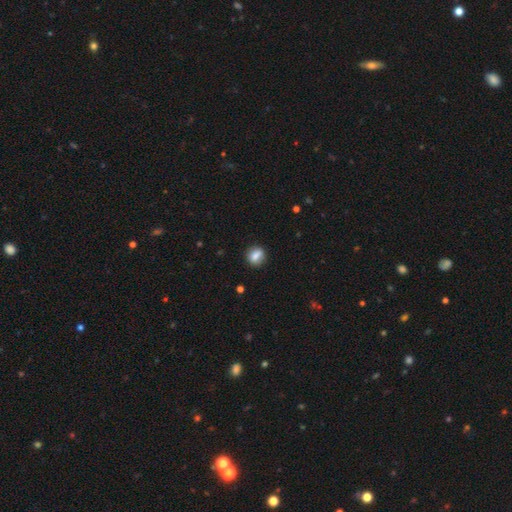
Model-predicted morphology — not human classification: Smooth or featured? Predicted: smooth (p=0.81). How rounded? Predicted: round (p=0.61). Merging? Predicted: none (p=0.83).